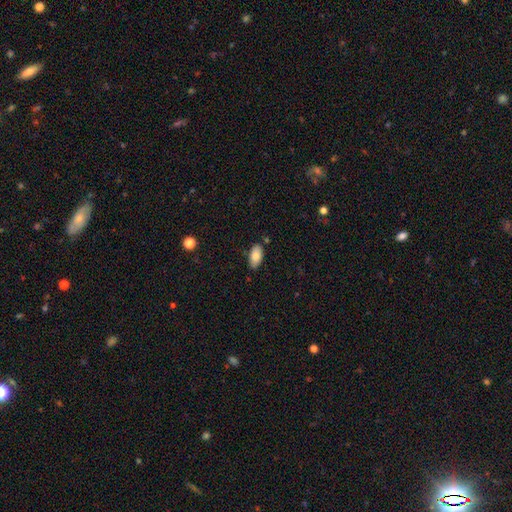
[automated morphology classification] This is clearly a smooth galaxy (83%). How rounded: clearly in between (93%). Merging: clearly none (83%).